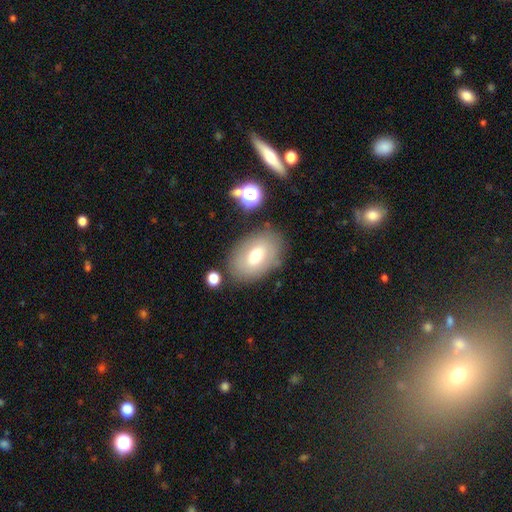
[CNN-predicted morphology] This appears to be a smooth galaxy with no disk features (63%) that is in between round and cigar-shaped (84%). Merging: none (77%).